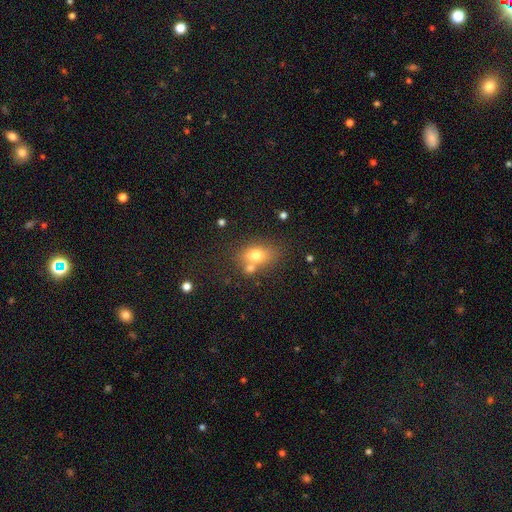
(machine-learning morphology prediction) Overall: smooth (73%). How rounded: in between (71%). Merging: none (53%; merger 27%).